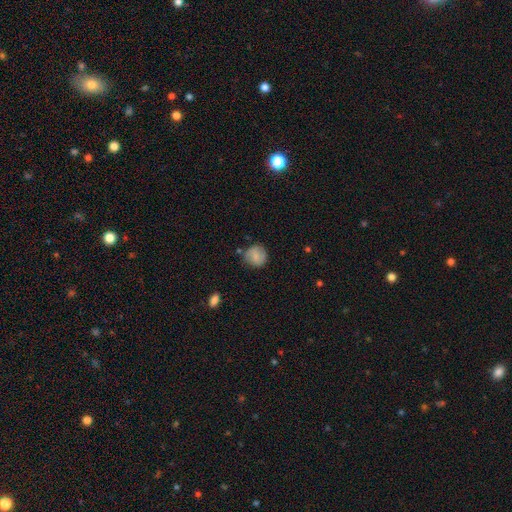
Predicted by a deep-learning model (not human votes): Morphology: type=smooth (67%); roundness=round (86%); merging=none (74%).